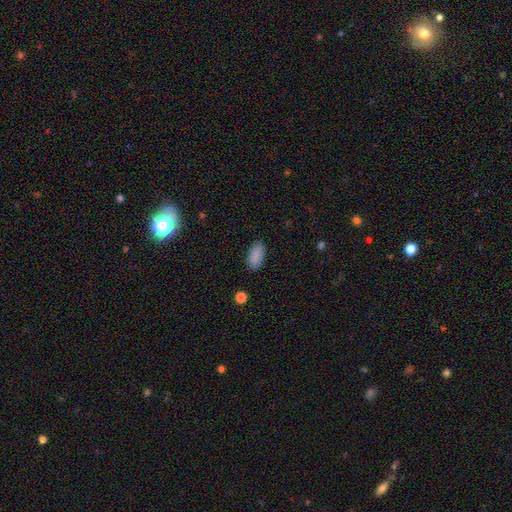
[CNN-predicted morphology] smooth-or-featured: smooth: 88% | star or artifact: 8% | featured or disk: 4%
  how-rounded: in between: 90% | cigar-shaped: 8% | round: 3%
  merging: none: 87% | minor disturbance: 10% | major disturbance: 2% | merger: 1%